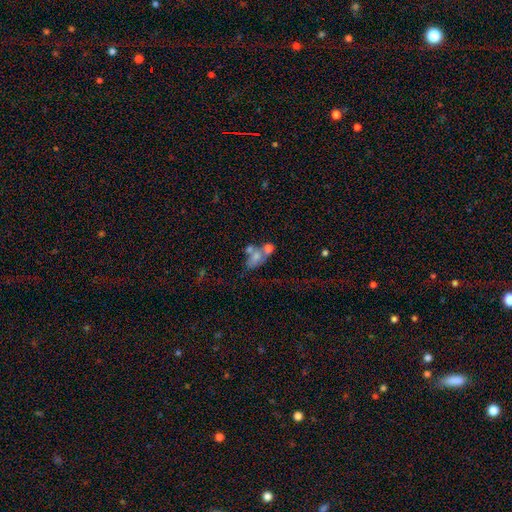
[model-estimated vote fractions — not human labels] A smooth galaxy with no disk features (55%) that is in between round and cigar-shaped (74%). Merging: merger (52%).